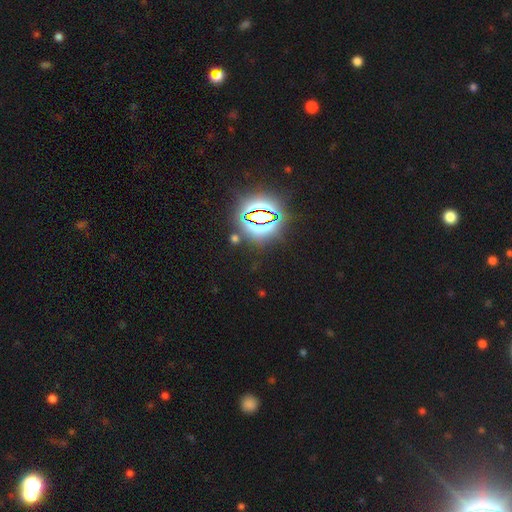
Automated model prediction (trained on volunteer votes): smooth_or_featured: star or artifact (p=0.83) [alt: smooth p=0.11]